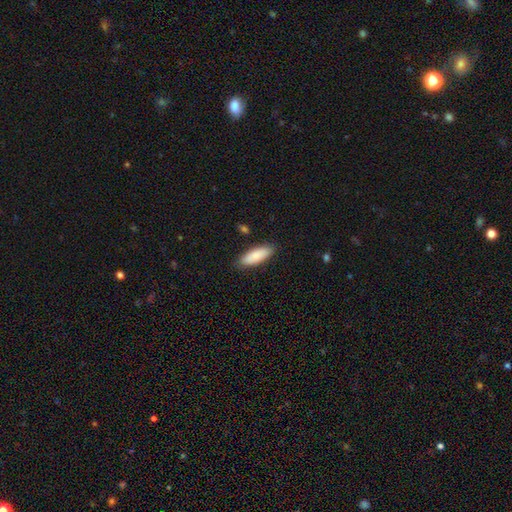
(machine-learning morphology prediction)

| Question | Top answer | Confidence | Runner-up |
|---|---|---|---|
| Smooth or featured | smooth | 85% | featured or disk (10%) |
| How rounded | in between | 68% | cigar-shaped (31%) |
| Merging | none | 85% | minor disturbance (11%) |